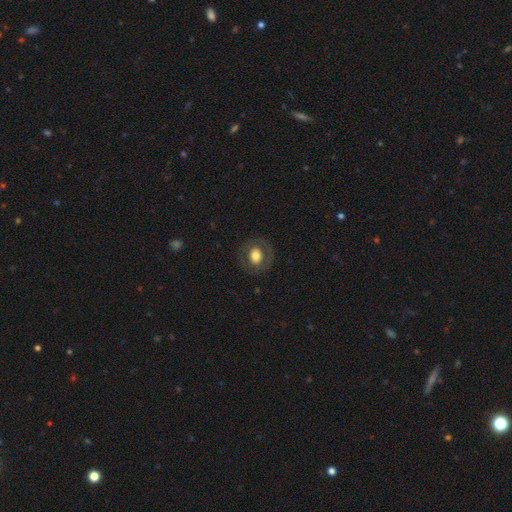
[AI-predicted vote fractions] Smooth or featured? smooth (60%)
How rounded? round (72%)
Merging? none (84%)